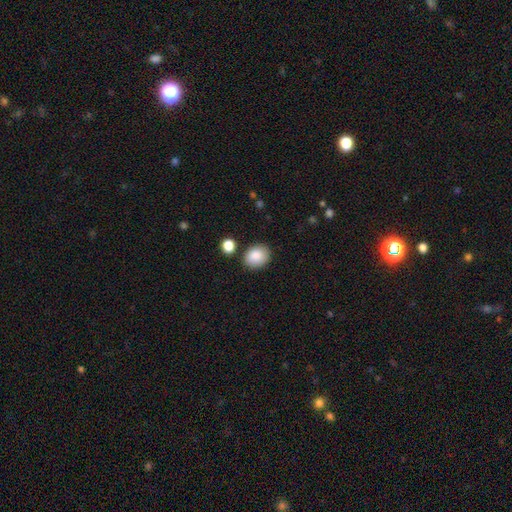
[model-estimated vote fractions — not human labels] Smooth or featured? smooth (88%)
How rounded? in between (61%)
Merging? none (80%)